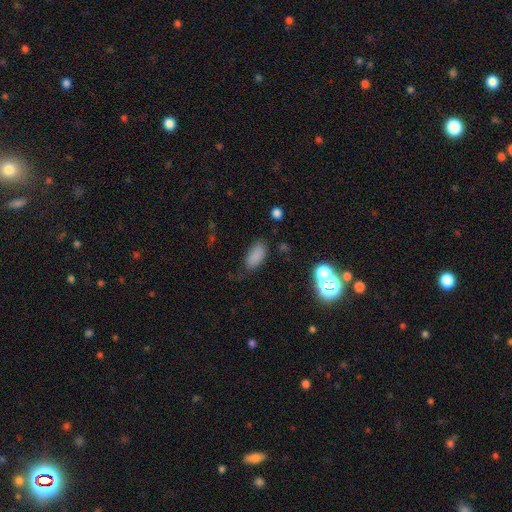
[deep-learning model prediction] A smooth galaxy with no disk features (82%) that is in between round and cigar-shaped (91%). Merging: none (72%).